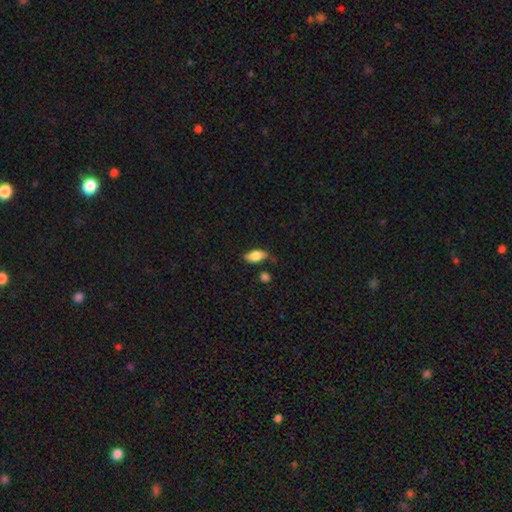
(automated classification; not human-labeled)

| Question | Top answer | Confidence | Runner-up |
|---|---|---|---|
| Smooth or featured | smooth | 80% | featured or disk (13%) |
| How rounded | in between | 86% | cigar-shaped (10%) |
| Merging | none | 74% | minor disturbance (17%) |